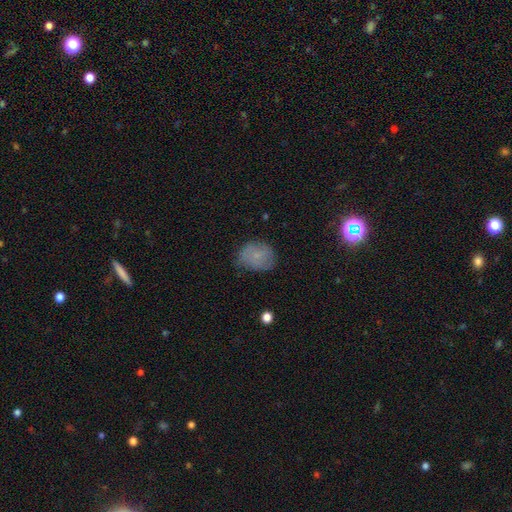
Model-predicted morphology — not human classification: Smooth or featured? Predicted: smooth (p=0.65). How rounded? Predicted: in between (p=0.54). Merging? Predicted: none (p=0.65).